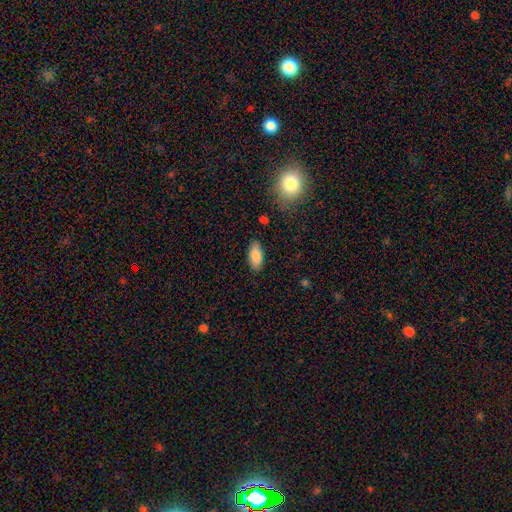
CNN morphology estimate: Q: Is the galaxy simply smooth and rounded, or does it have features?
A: smooth — 85%.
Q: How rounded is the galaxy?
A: in between — 88%.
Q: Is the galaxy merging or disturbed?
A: none — 86%.